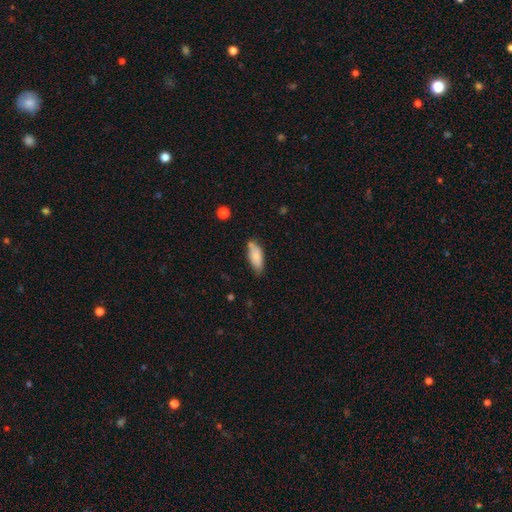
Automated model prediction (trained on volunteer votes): Smooth or featured?
  - smooth: 81% *
  - featured or disk: 12%
  - star or artifact: 7%
How rounded?
  - in between: 75% *
  - cigar-shaped: 23%
  - round: 2%
Merging?
  - none: 66% *
  - minor disturbance: 24%
  - merger: 5%
  - major disturbance: 4%